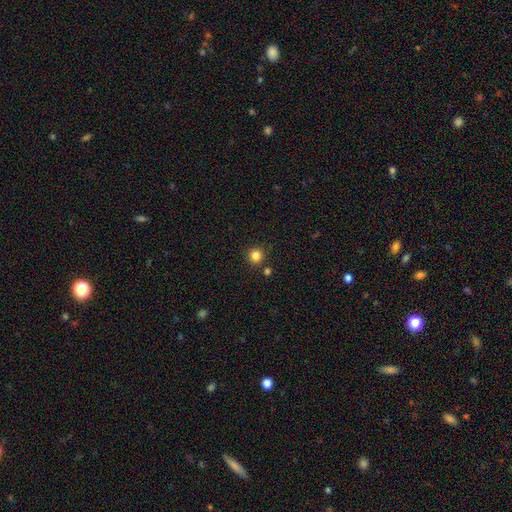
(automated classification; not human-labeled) smooth_or_featured: smooth (p=0.83) [alt: star or artifact p=0.13]
how_rounded: round (p=0.94) [alt: in between p=0.05]
merging: none (p=0.87) [alt: minor disturbance p=0.06]